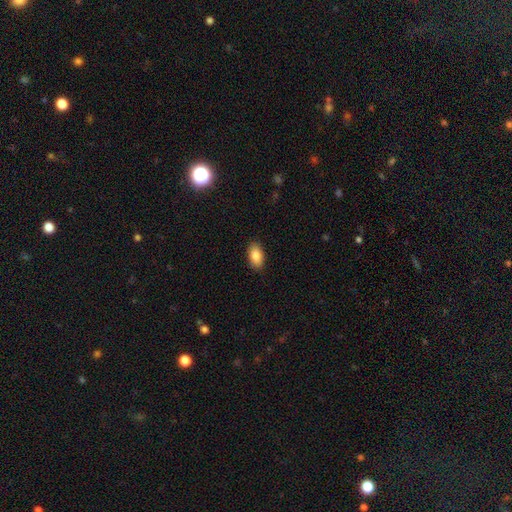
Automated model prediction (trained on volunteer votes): Smooth or featured: smooth — 86% (star or artifact — 7%)
How rounded: in between — 93% (round — 5%)
Merging: none — 89% (minor disturbance — 8%)